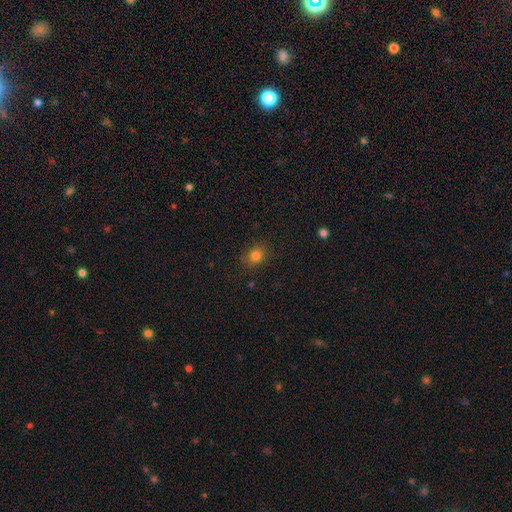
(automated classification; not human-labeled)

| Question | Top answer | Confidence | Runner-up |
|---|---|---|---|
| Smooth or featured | smooth | 81% | star or artifact (14%) |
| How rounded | round | 65% | in between (34%) |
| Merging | none | 83% | minor disturbance (12%) |